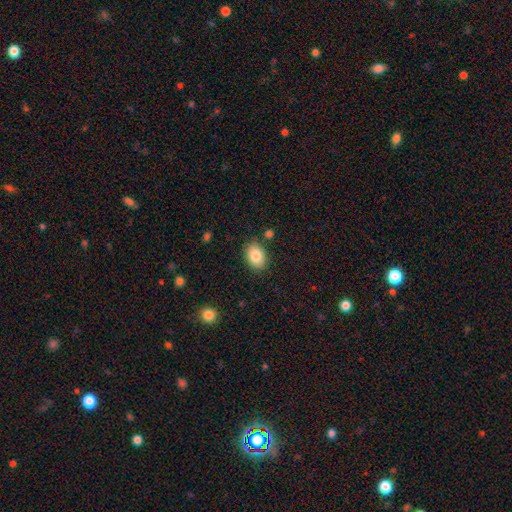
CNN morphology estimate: A smooth galaxy with no disk features (85%) that is in between round and cigar-shaped (80%).

Vote fractions:
- Smooth or featured? smooth: 85% / featured or disk: 7% / star or artifact: 7%
- How rounded? in between: 80% / round: 19% / cigar-shaped: 1%
- Merging? none: 83% / minor disturbance: 12% / merger: 3% / major disturbance: 3%